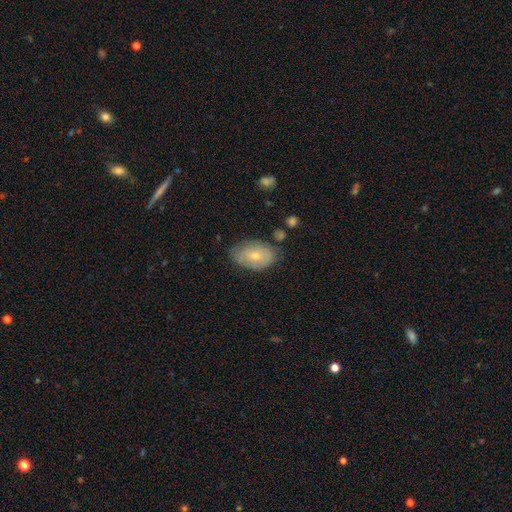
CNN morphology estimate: This appears to be a smooth galaxy with no disk features (59%) that is in between round and cigar-shaped (87%). Merging: none (65%).